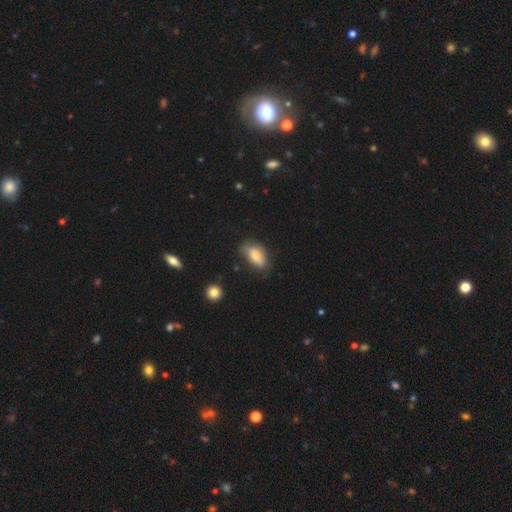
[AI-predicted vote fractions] The model was most divided on "merging": none: 61%, minor disturbance: 29%, major disturbance: 7%, merger: 2%. More confident: how rounded — in between (85%); smooth or featured — smooth (72%).